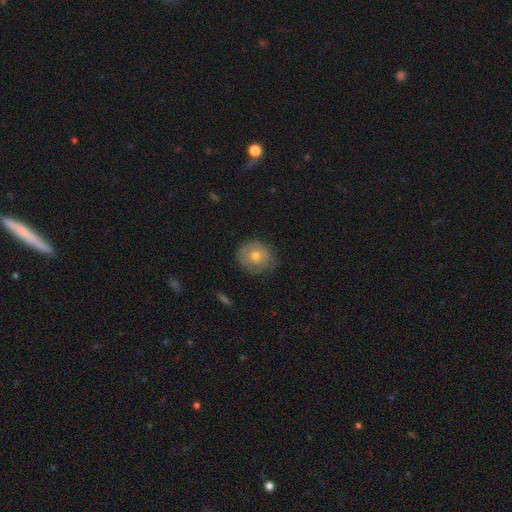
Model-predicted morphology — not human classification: Q: Smooth or featured?
A: smooth (47%); runner-up: featured or disk (44%)
Q: Merging?
A: none (76%); runner-up: minor disturbance (18%)